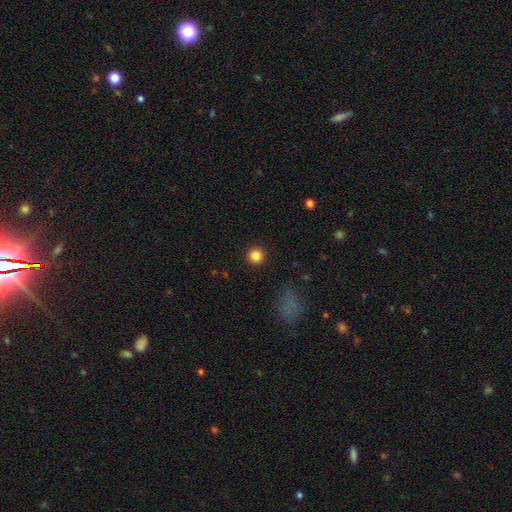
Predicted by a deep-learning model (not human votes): Q: Smooth or featured?
A: smooth (85%); runner-up: star or artifact (11%)
Q: How rounded?
A: round (96%); runner-up: in between (3%)
Q: Merging?
A: none (93%); runner-up: minor disturbance (4%)